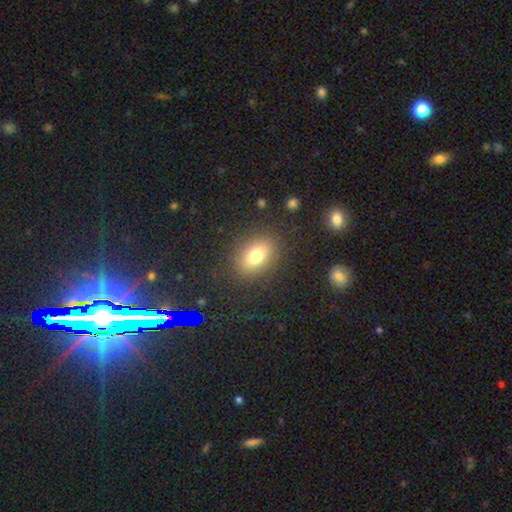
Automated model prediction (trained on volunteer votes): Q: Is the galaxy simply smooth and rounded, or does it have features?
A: smooth — 75%.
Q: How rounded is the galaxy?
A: in between — 73%.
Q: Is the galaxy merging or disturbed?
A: none — 85%.